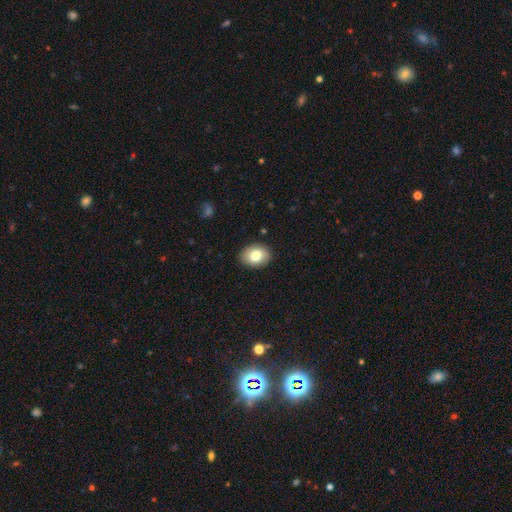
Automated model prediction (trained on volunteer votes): A smooth galaxy with no disk features (81%) that is in between round and cigar-shaped (68%).

Vote fractions:
- Smooth or featured? smooth: 81% / featured or disk: 11% / star or artifact: 8%
- How rounded? in between: 68% / round: 31% / cigar-shaped: 1%
- Merging? none: 89% / minor disturbance: 8% / major disturbance: 2% / merger: 1%